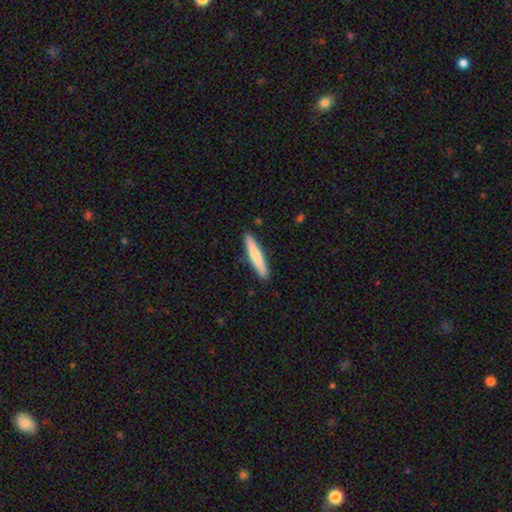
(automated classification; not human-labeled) This is likely a smooth galaxy (71%). How rounded: clearly cigar-shaped (92%). Merging: clearly none (89%).